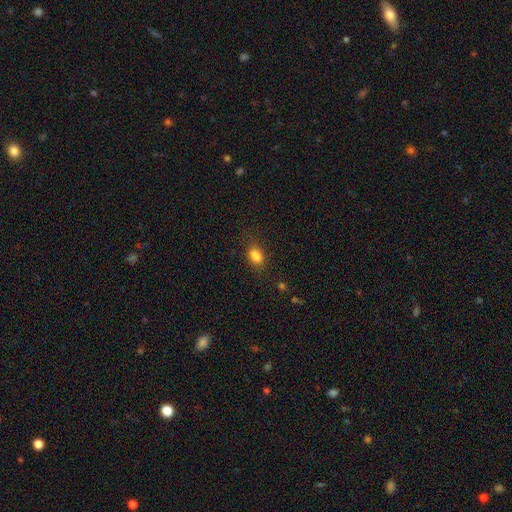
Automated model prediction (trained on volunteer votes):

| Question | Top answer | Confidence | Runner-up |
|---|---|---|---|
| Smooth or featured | smooth | 81% | star or artifact (12%) |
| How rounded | in between | 81% | round (15%) |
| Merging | none | 66% | minor disturbance (20%) |